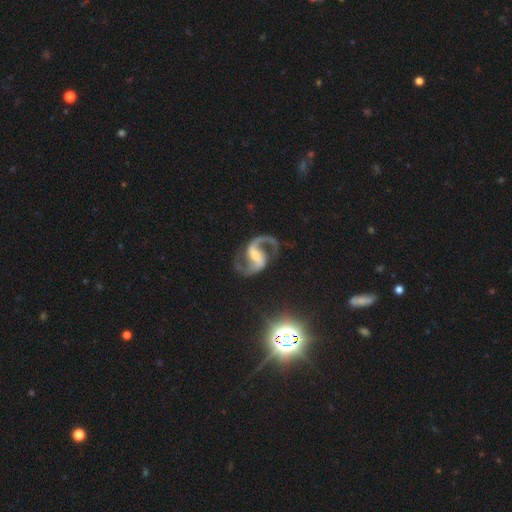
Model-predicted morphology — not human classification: The model was most divided on "bar": strong: 48%, weak: 38%, no: 14%. Remaining: edge-on disk — no (98%); spiral arms — yes (98%); spiral arm count — 2 (94%); smooth or featured — featured or disk (93%); merging — none (77%); spiral winding — medium (51%); bulge size — small (48%).